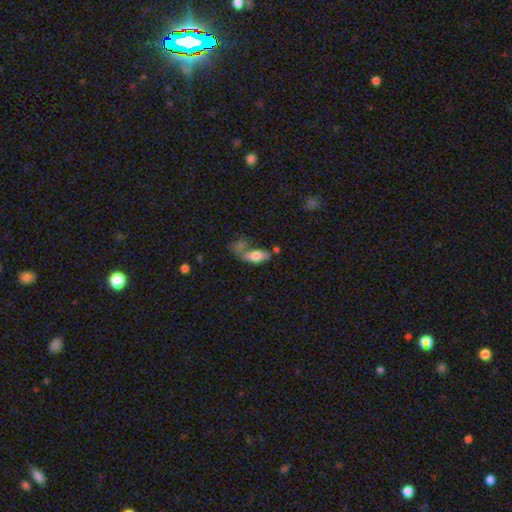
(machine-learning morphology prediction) A smooth galaxy with no disk features (73%) that is in between round and cigar-shaped (82%).

Vote fractions:
- Smooth or featured? smooth: 73% / featured or disk: 20% / star or artifact: 7%
- How rounded? in between: 82% / cigar-shaped: 14% / round: 3%
- Merging? none: 40% / merger: 34% / minor disturbance: 16% / major disturbance: 10%